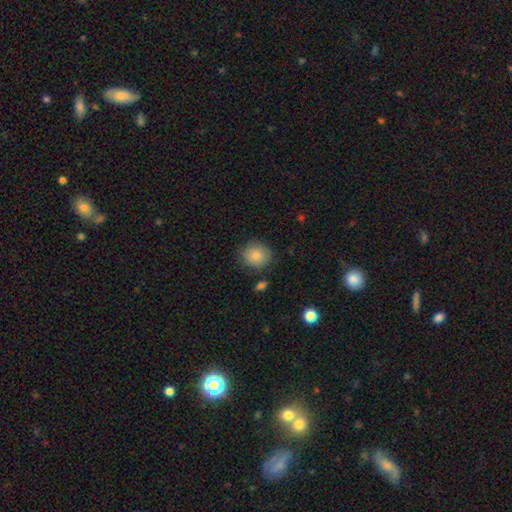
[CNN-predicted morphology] smooth-or-featured: smooth: 84% | featured or disk: 8% | star or artifact: 8%
  how-rounded: round: 83% | in between: 16% | cigar-shaped: 1%
  merging: none: 78% | minor disturbance: 15% | major disturbance: 4% | merger: 3%